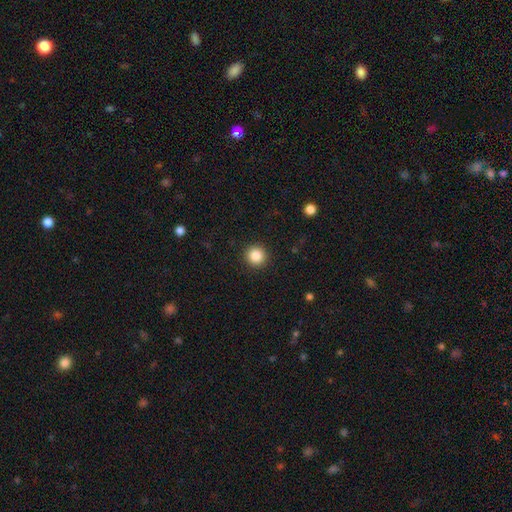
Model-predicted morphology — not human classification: Smooth or featured? smooth (86%)
How rounded? round (95%)
Merging? none (92%)